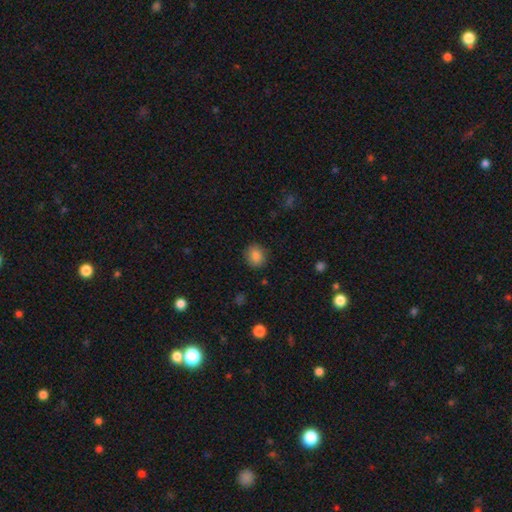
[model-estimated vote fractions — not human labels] Smooth or featured? smooth (85%)
How rounded? round (71%)
Merging? none (86%)